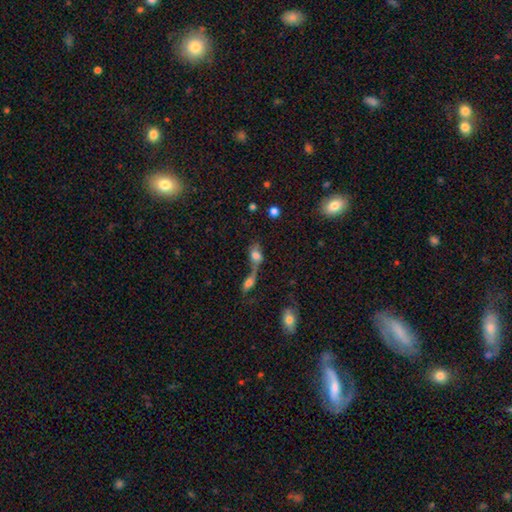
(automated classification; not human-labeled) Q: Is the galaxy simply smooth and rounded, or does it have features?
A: smooth — 69%.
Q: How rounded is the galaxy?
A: in between — 73%.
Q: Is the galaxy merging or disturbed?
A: merger — 65%.